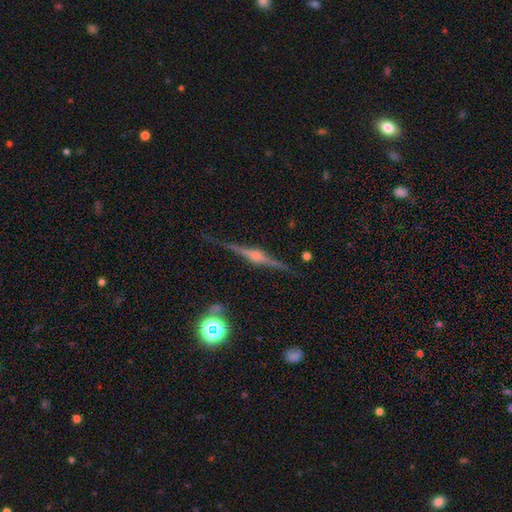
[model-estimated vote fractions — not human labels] Smooth or featured? featured or disk (86%)
Edge-on disk? yes (98%)
Edge-on bulge? rounded (90%)
Merging? none (89%)